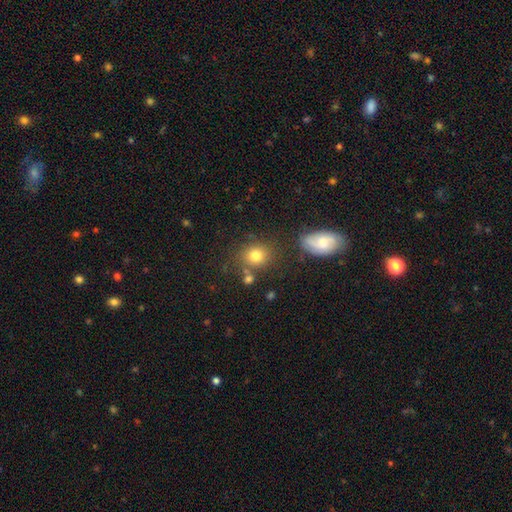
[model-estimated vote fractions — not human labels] smooth 79%, star or artifact 12%, featured or disk 9%. Down the decision tree: how rounded — round (72%); merging — none (73%).